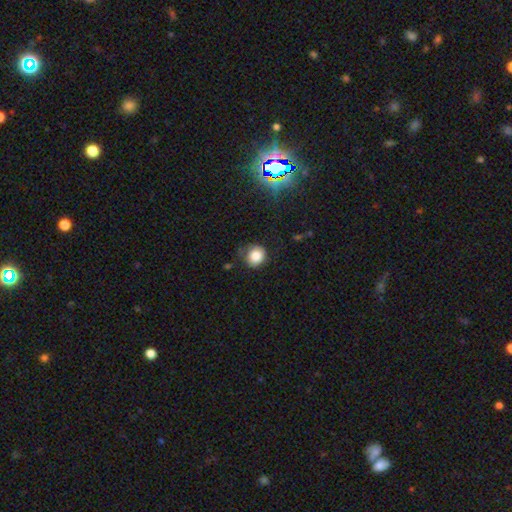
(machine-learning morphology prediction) Smooth or featured: smooth — 83% (star or artifact — 10%)
How rounded: round — 84% (in between — 15%)
Merging: none — 63% (minor disturbance — 27%)